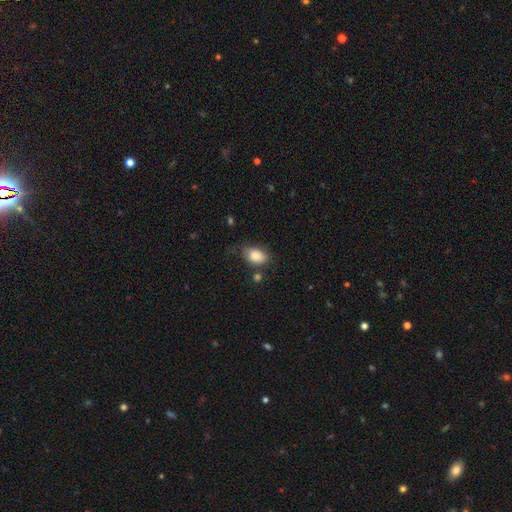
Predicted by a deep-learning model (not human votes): The model was most divided on "merging": none: 59%, minor disturbance: 25%, major disturbance: 10%, merger: 6%. More confident: how rounded — in between (85%); smooth or featured — smooth (83%).